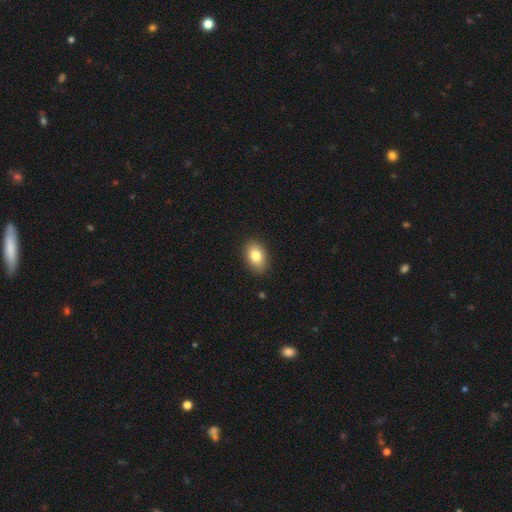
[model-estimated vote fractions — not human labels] Overall: smooth (82%). How rounded: in between (86%). Merging: none (88%).